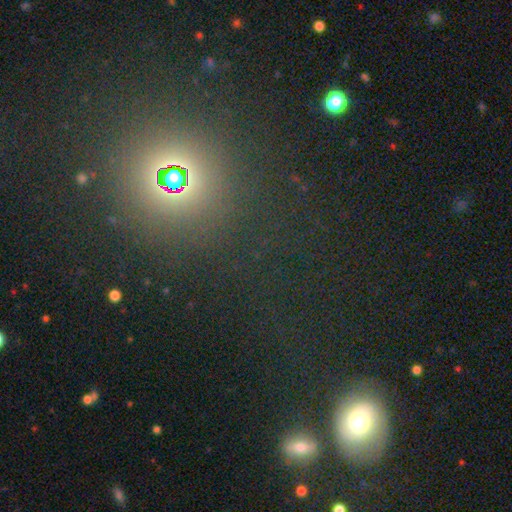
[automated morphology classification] This appears to be a star or artifact, not a galaxy (53%).